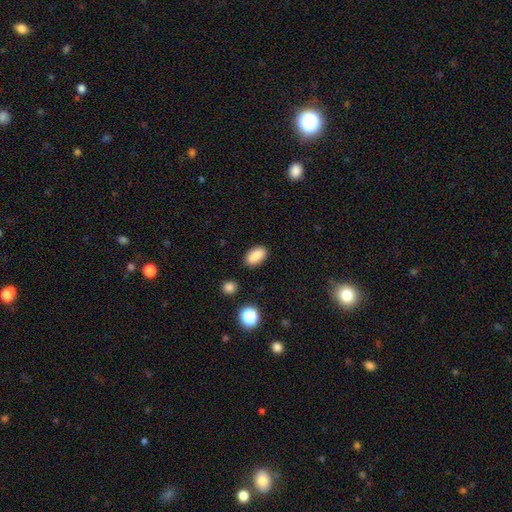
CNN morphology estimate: The model was most divided on "smooth or featured": smooth: 86%, star or artifact: 8%, featured or disk: 5%. More confident: how rounded — in between (90%); merging — none (87%).